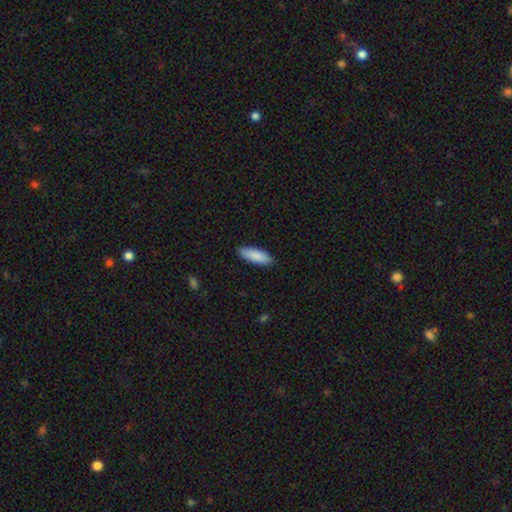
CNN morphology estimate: smooth-or-featured: smooth: 87% | featured or disk: 7% | star or artifact: 5%
  how-rounded: in between: 56% | cigar-shaped: 43% | round: 2%
  merging: none: 89% | minor disturbance: 8% | major disturbance: 2% | merger: 1%